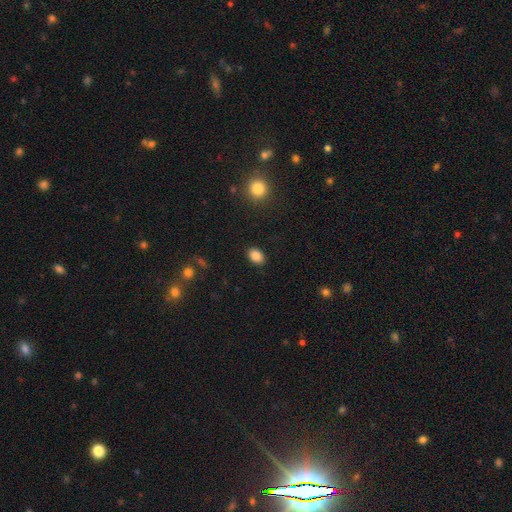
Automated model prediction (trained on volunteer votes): Smooth or featured? Predicted: smooth (p=0.86). How rounded? Predicted: in between (p=0.81). Merging? Predicted: none (p=0.88).